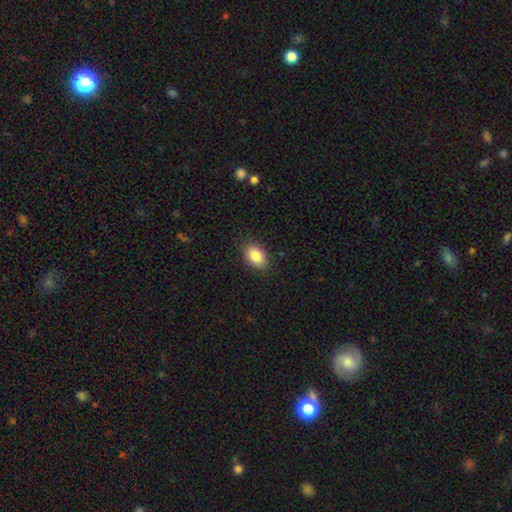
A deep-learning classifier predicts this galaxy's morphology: Smooth or featured: smooth — 85% (star or artifact — 8%)
How rounded: in between — 83% (round — 16%)
Merging: none — 87% (minor disturbance — 9%)